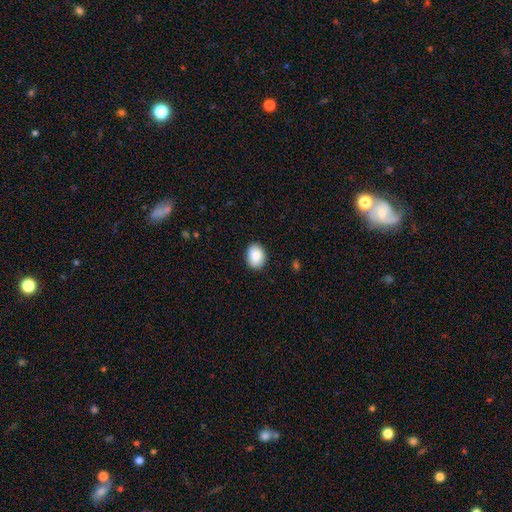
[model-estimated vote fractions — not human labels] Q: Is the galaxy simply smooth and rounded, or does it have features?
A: smooth — 87%.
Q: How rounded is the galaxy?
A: in between — 61%.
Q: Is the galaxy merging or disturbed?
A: none — 87%.